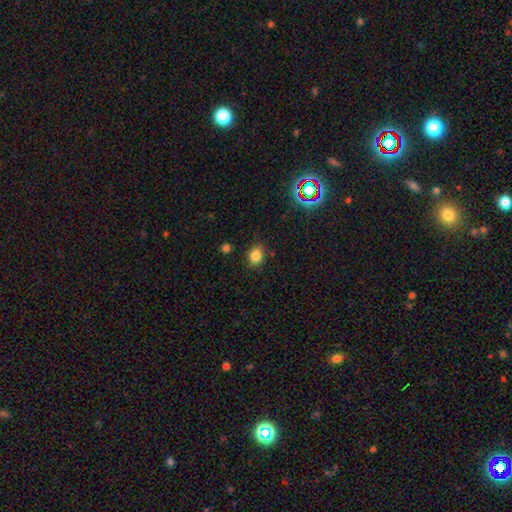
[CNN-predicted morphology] A smooth galaxy with no disk features (82%) that is in between round and cigar-shaped (54%).

Vote fractions:
- Smooth or featured? smooth: 82% / star or artifact: 12% / featured or disk: 6%
- How rounded? in between: 54% / round: 45% / cigar-shaped: 1%
- Merging? none: 83% / minor disturbance: 12% / major disturbance: 3% / merger: 2%